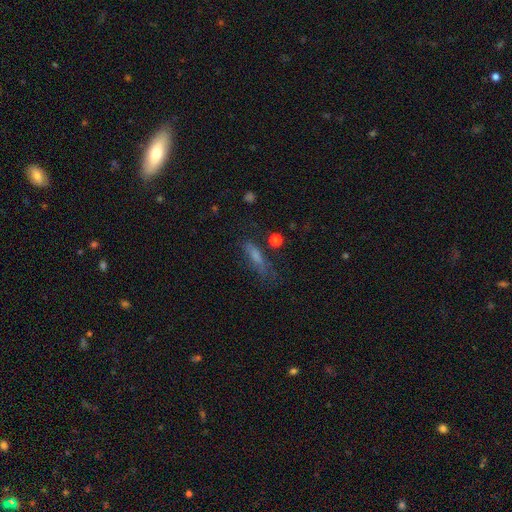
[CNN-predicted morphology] This appears to be a smooth galaxy with no disk features (49%). Merging: none (61%).